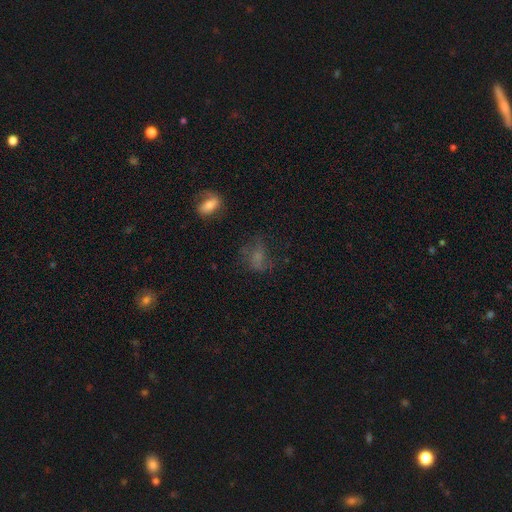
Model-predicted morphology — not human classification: smooth_or_featured: smooth (p=0.45) [alt: featured or disk p=0.30]
merging: none (p=0.49) [alt: major disturbance p=0.25]